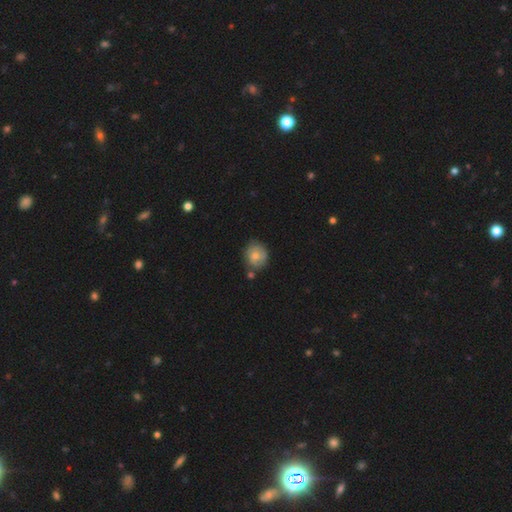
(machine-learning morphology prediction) A smooth galaxy with no disk features (57%) that is round (79%).

Vote fractions:
- Smooth or featured? smooth: 57% / featured or disk: 35% / star or artifact: 7%
- How rounded? round: 79% / in between: 20% / cigar-shaped: 1%
- Merging? none: 66% / minor disturbance: 20% / merger: 9% / major disturbance: 5%